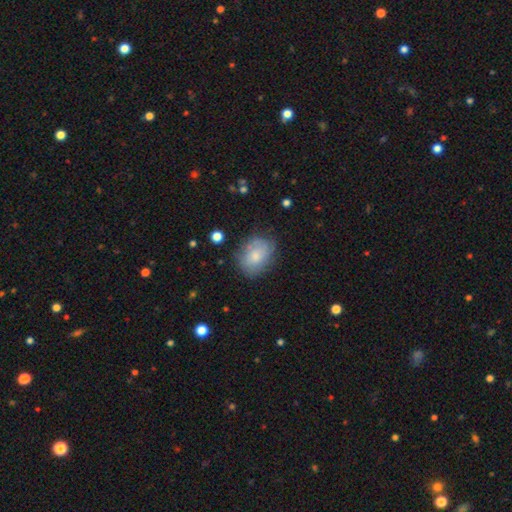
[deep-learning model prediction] smooth_or_featured: smooth (p=0.70) [alt: featured or disk p=0.22]
how_rounded: in between (p=0.65) [alt: round p=0.34]
merging: none (p=0.66) [alt: minor disturbance p=0.24]